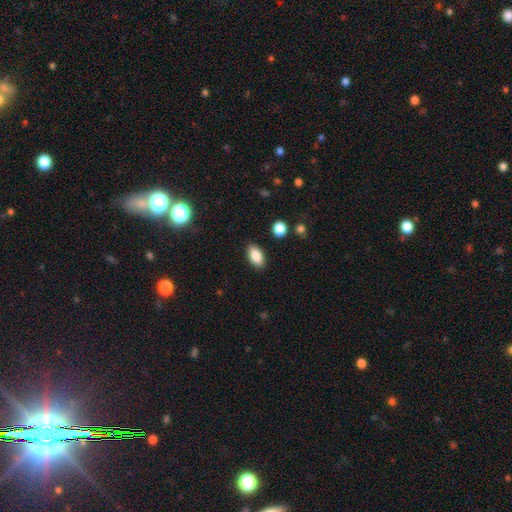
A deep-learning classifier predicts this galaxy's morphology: type=smooth (86%); roundness=in between (90%); merging=none (88%).